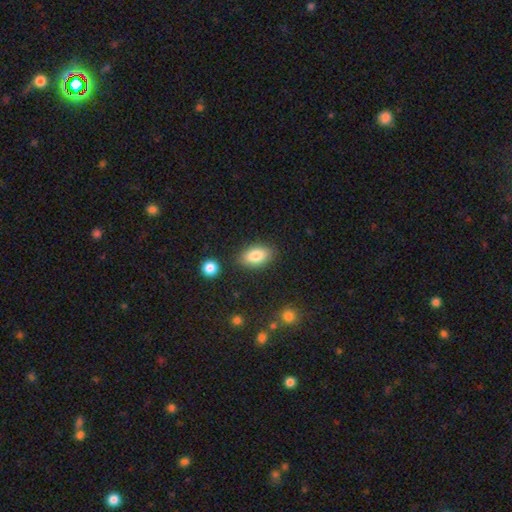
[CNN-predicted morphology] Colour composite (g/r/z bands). It shows a smooth galaxy with no disk features (83%) that is in between round and cigar-shaped (90%). Merging: none (84%).